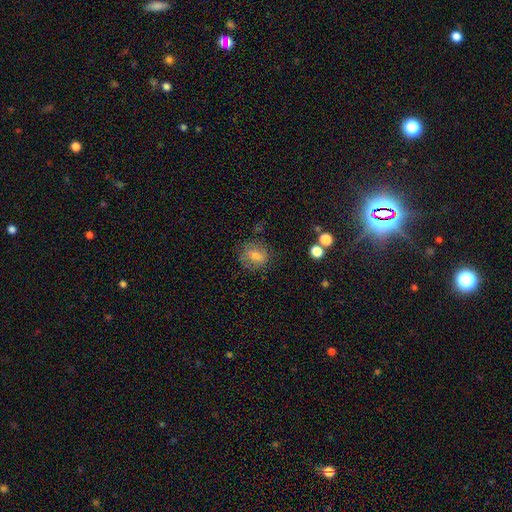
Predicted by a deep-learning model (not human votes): This appears to be a smooth galaxy with no disk features (66%) that is round (64%). Merging: none (74%).